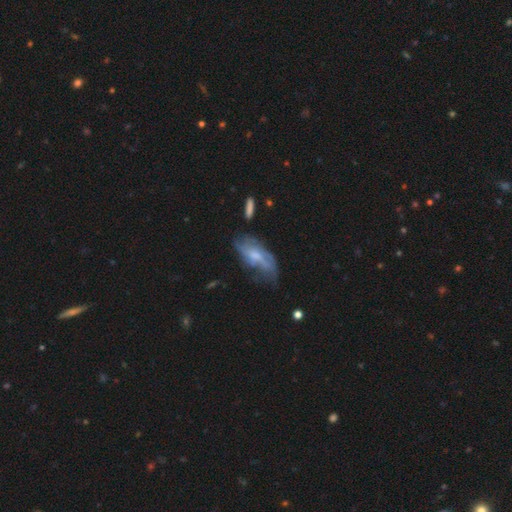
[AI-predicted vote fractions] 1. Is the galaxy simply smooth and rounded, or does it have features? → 58% featured or disk, 34% smooth, 8% star or artifact.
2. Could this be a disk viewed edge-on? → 85% no, 15% yes.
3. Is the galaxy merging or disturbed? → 42% none, 31% minor disturbance, 22% major disturbance, 4% merger.